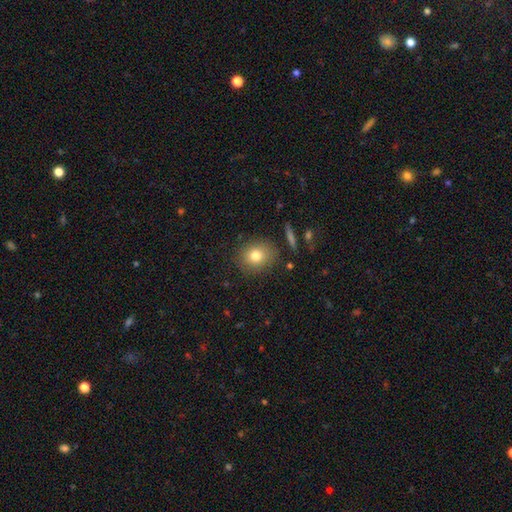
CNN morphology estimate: This appears to be a smooth galaxy with no disk features (78%) that is round (73%). Merging: none (85%).